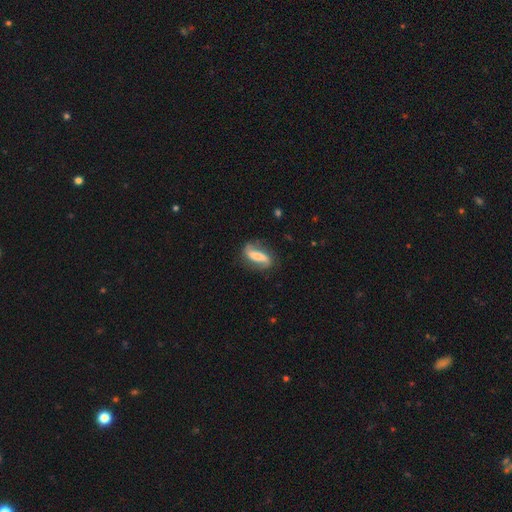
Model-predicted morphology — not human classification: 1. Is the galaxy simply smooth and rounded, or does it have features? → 61% featured or disk, 32% smooth, 7% star or artifact.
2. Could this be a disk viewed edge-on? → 87% no, 13% yes.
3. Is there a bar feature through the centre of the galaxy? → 50% strong, 27% weak, 23% no.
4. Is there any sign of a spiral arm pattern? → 87% yes, 13% no.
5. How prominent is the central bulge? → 35% small, 33% moderate, 16% none, 12% large, 4% dominant.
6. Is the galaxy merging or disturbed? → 71% none, 19% minor disturbance, 7% major disturbance, 2% merger.